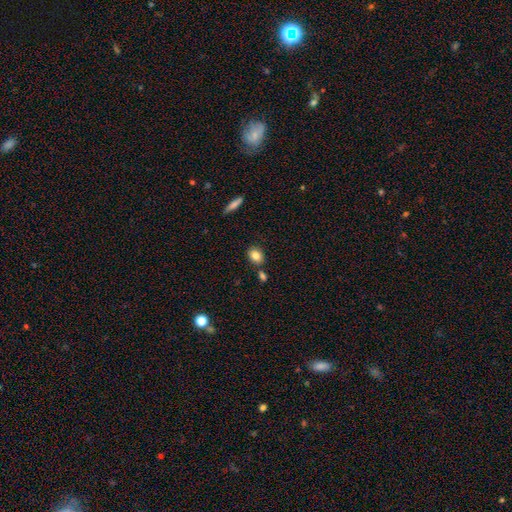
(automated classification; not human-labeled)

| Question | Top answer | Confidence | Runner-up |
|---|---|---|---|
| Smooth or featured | smooth | 83% | star or artifact (9%) |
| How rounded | in between | 56% | round (42%) |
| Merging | none | 76% | merger (11%) |